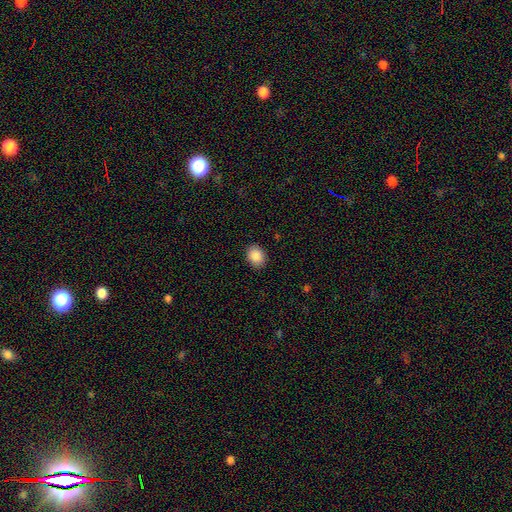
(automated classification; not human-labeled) Q: Smooth or featured?
A: smooth (88%); runner-up: star or artifact (8%)
Q: How rounded?
A: in between (54%); runner-up: round (45%)
Q: Merging?
A: none (90%); runner-up: minor disturbance (7%)